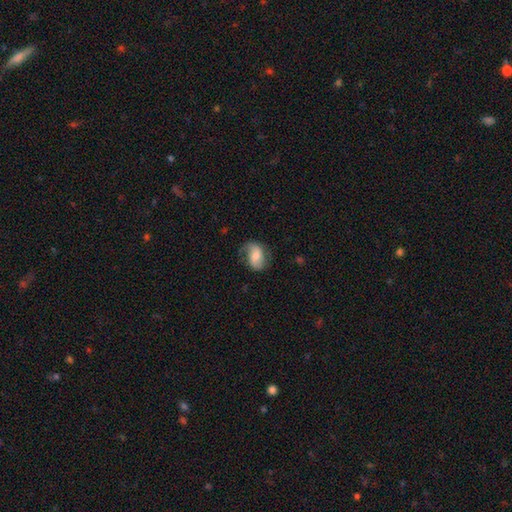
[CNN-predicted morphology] Q: Smooth or featured?
A: smooth (49%); runner-up: featured or disk (44%)
Q: Merging?
A: none (58%); runner-up: minor disturbance (26%)